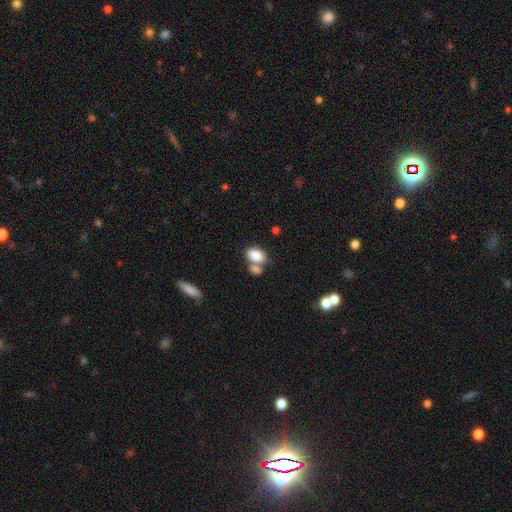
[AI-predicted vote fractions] Smooth or featured: smooth — 84% (star or artifact — 8%)
How rounded: in between — 87% (round — 12%)
Merging: merger — 47% (none — 37%)